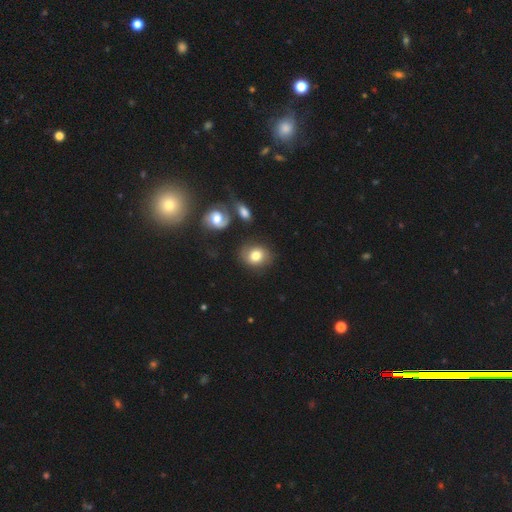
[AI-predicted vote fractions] Smooth or featured?
  - smooth: 74% *
  - featured or disk: 18%
  - star or artifact: 8%
How rounded?
  - round: 58% *
  - in between: 41%
  - cigar-shaped: 1%
Merging?
  - none: 76% *
  - minor disturbance: 14%
  - merger: 6%
  - major disturbance: 5%